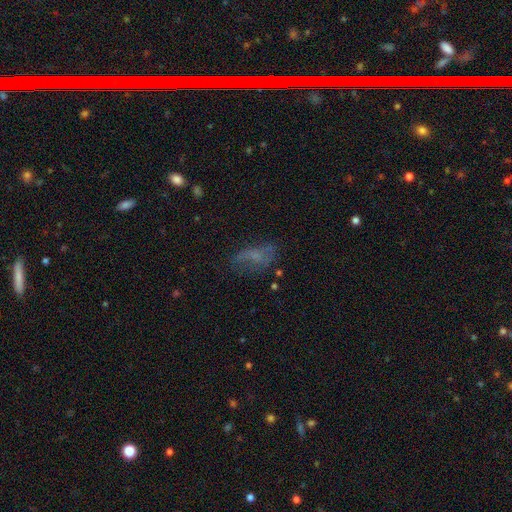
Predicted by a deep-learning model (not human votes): Overall: smooth (43%; featured or disk 38%). Merging: none (50%; minor disturbance 24%).